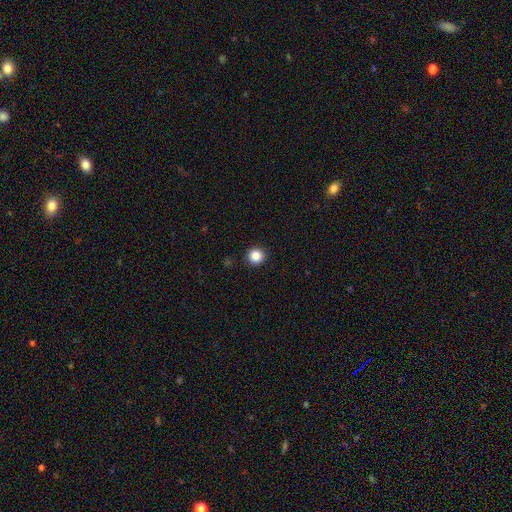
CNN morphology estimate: Smooth or featured? Predicted: smooth (p=0.86). How rounded? Predicted: round (p=0.94). Merging? Predicted: none (p=0.92).